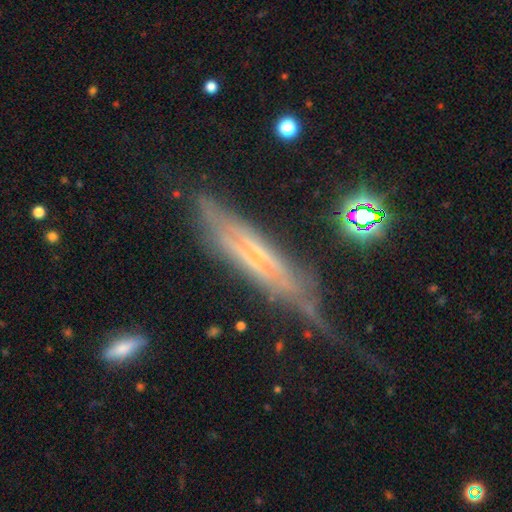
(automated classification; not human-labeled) featured or disk 71%, smooth 19%, star or artifact 10%. Down the decision tree: edge-on disk — yes (71%); edge-on bulge — none (49%); merging — none (43%).